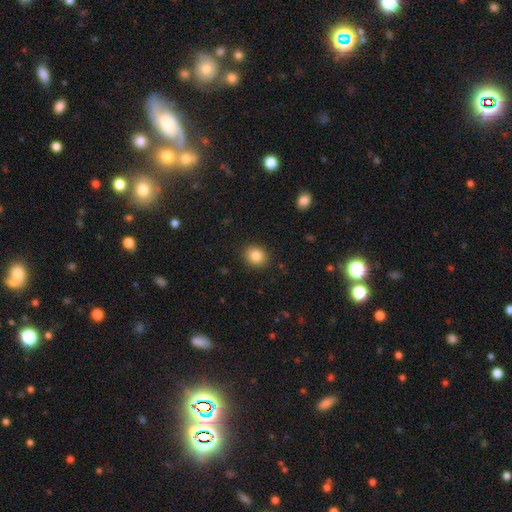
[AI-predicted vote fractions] smooth_or_featured: smooth (p=0.86) [alt: star or artifact p=0.09]
how_rounded: round (p=0.68) [alt: in between p=0.31]
merging: none (p=0.89) [alt: minor disturbance p=0.08]